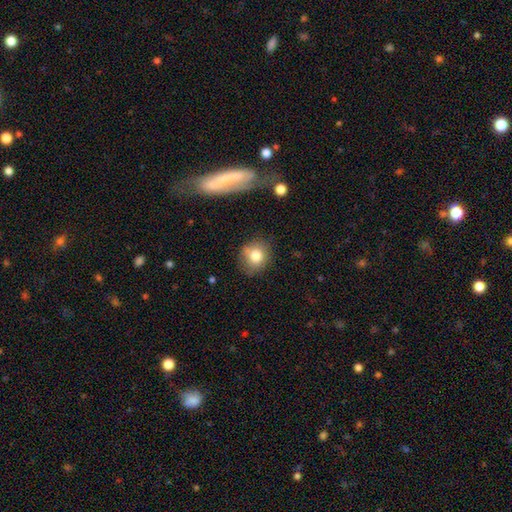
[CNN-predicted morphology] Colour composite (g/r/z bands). It shows a smooth galaxy with no disk features (79%) that is round (77%). Merging: none (73%).